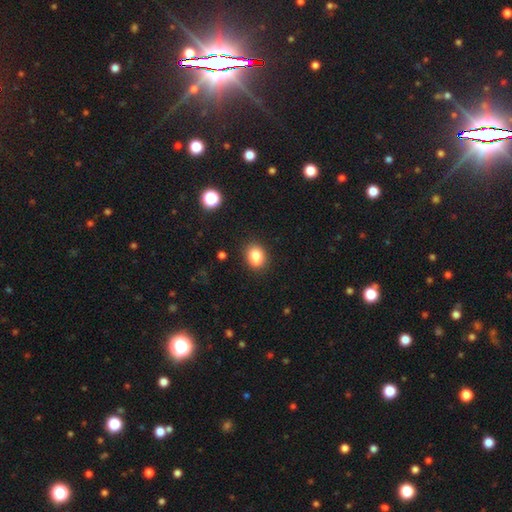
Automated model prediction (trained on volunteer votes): Smooth or featured? smooth (80%)
How rounded? in between (57%)
Merging? none (63%)